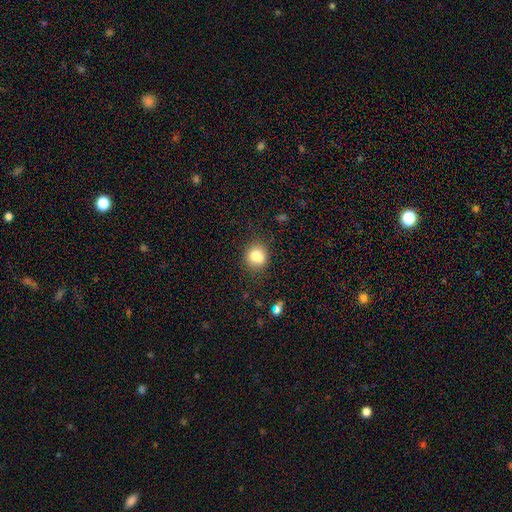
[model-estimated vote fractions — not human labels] A smooth galaxy with no disk features (78%) that is round (76%). Merging: none (70%).